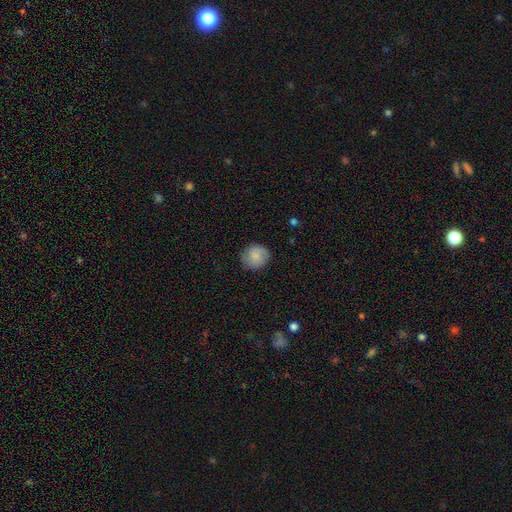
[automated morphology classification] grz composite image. It shows a smooth galaxy with no disk features (78%) that is round (86%). Merging: none (83%).